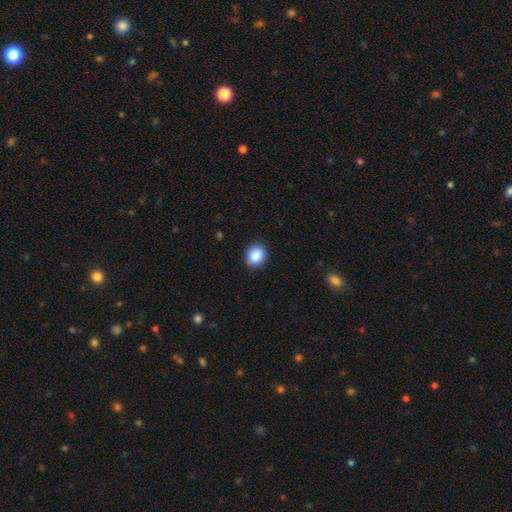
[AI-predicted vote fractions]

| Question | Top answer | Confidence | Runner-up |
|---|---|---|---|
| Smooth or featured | smooth | 88% | star or artifact (8%) |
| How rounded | round | 64% | in between (35%) |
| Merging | none | 84% | minor disturbance (12%) |